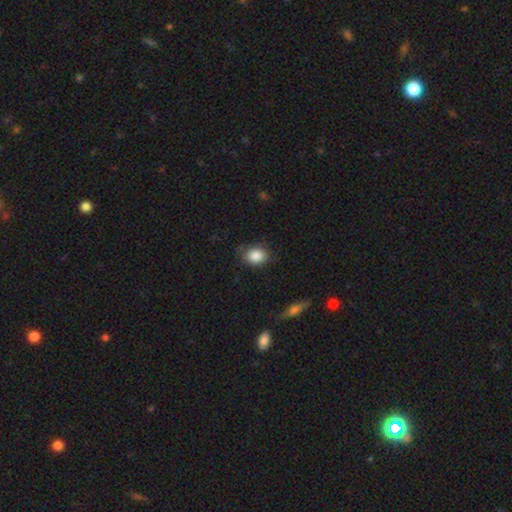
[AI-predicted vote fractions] Smooth or featured: smooth — 86% (star or artifact — 8%)
How rounded: in between — 55% (round — 44%)
Merging: none — 77% (minor disturbance — 18%)